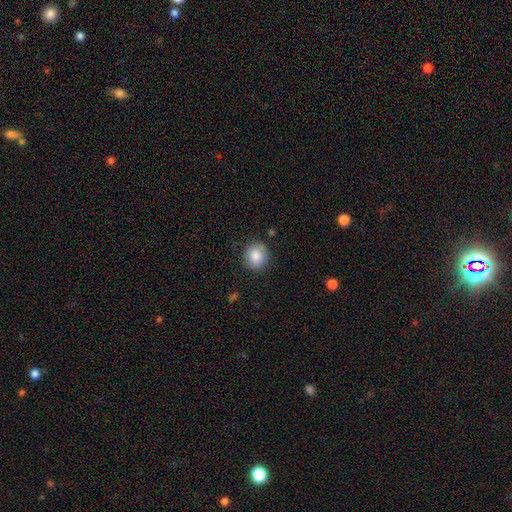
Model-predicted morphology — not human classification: A smooth galaxy with no disk features (85%) that is round (82%). Merging: none (82%).